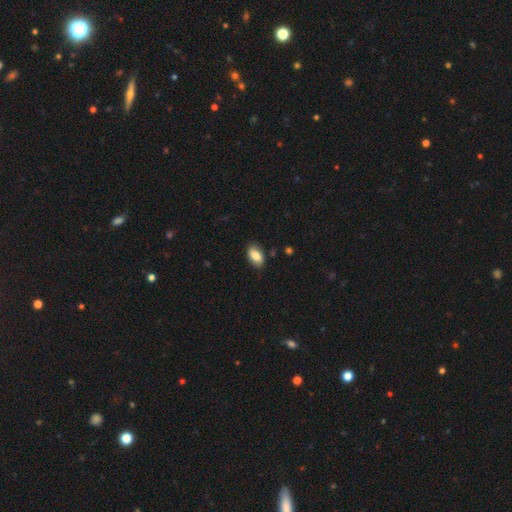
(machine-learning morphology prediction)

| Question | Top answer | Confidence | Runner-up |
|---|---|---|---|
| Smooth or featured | smooth | 83% | featured or disk (10%) |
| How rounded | in between | 92% | round (6%) |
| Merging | none | 81% | minor disturbance (15%) |